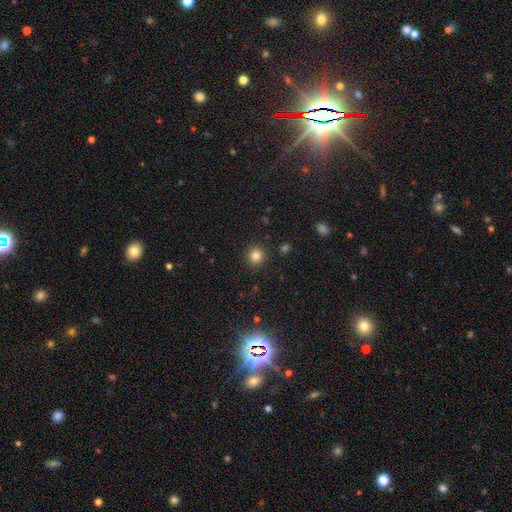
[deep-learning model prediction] A smooth galaxy with no disk features (83%) that is round (92%).

Vote fractions:
- Smooth or featured? smooth: 83% / star or artifact: 12% / featured or disk: 5%
- How rounded? round: 92% / in between: 7% / cigar-shaped: 1%
- Merging? none: 91% / minor disturbance: 6% / major disturbance: 2% / merger: 2%